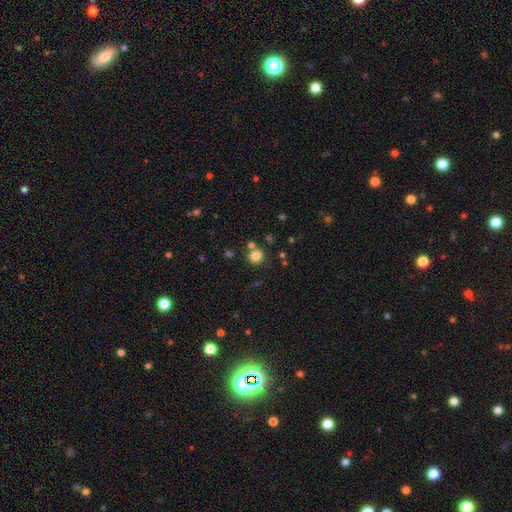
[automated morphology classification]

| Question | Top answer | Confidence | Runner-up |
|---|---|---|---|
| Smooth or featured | smooth | 81% | star or artifact (14%) |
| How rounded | round | 92% | in between (7%) |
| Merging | none | 79% | merger (11%) |